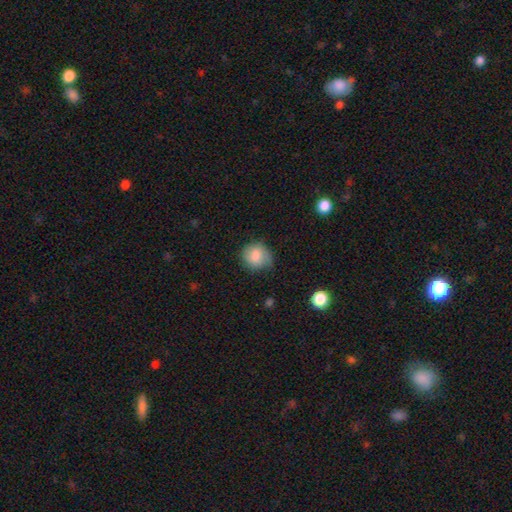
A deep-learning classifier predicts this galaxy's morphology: Smooth or featured? Predicted: smooth (p=0.80). How rounded? Predicted: round (p=0.78). Merging? Predicted: none (p=0.62).